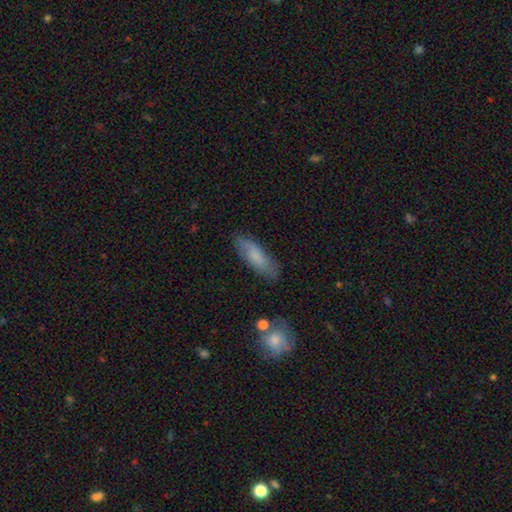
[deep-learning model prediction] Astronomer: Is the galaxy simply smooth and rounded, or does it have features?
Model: smooth — 72%.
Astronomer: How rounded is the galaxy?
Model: in between — 50% (runner-up: cigar-shaped, 48%).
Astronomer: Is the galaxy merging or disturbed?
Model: none — 81%.